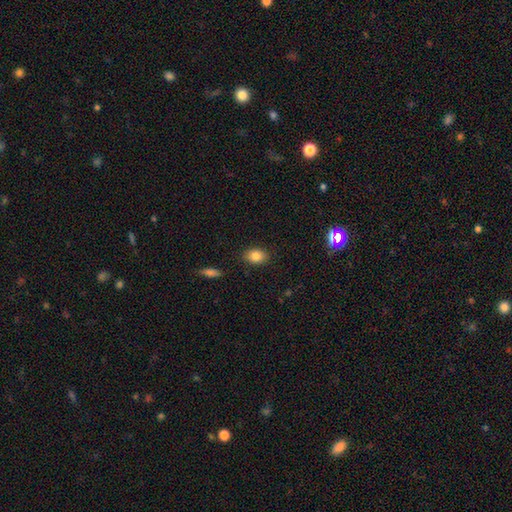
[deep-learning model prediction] Morphology: type=smooth (84%); roundness=in between (77%); merging=none (87%).